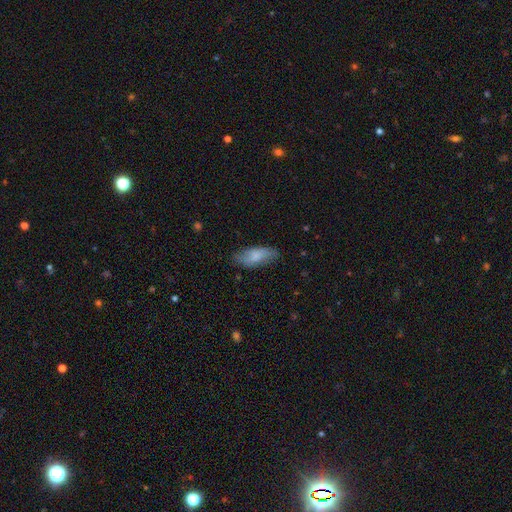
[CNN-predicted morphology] Smooth or featured? Predicted: smooth (p=0.71). How rounded? Predicted: in between (p=0.79). Merging? Predicted: none (p=0.75).